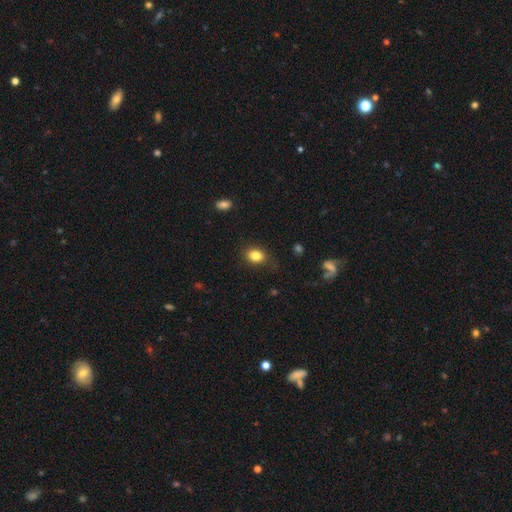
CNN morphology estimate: smooth 84%, star or artifact 10%, featured or disk 6%. Down the decision tree: how rounded — in between (59%); merging — none (81%).